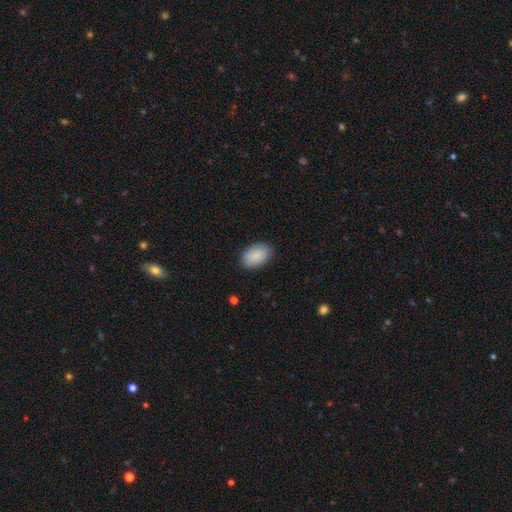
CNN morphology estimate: smooth 88%, star or artifact 6%, featured or disk 6%. Down the decision tree: how rounded — in between (90%); merging — none (85%).